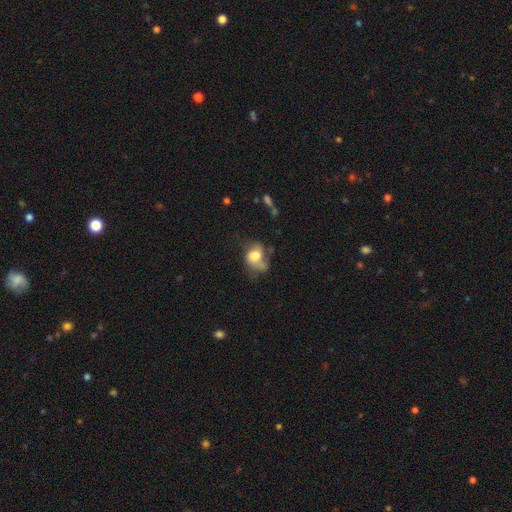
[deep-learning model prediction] Smooth or featured? smooth (67%)
How rounded? in between (59%)
Merging? minor disturbance (31%, tied with major disturbance)